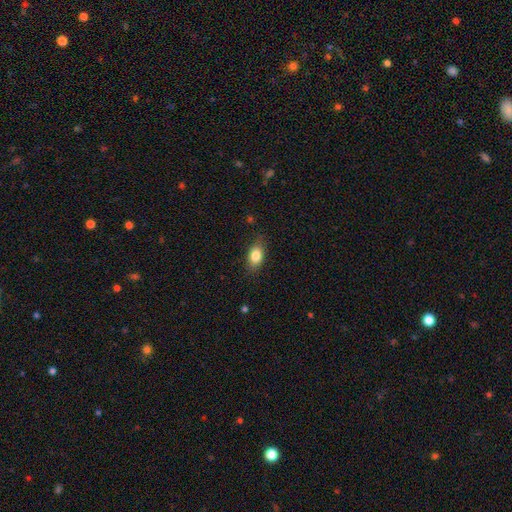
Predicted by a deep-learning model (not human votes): A smooth galaxy with no disk features (83%) that is in between round and cigar-shaped (86%). Merging: none (80%).